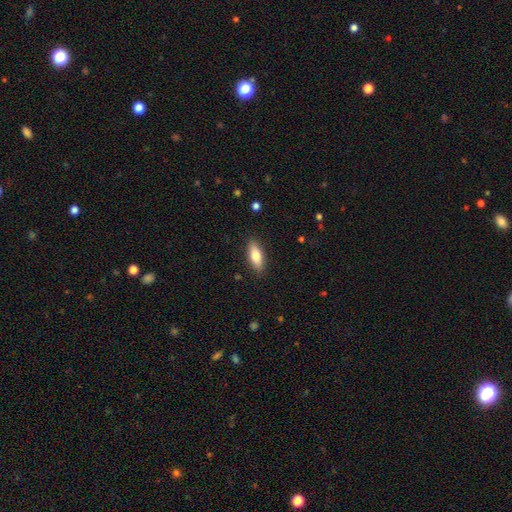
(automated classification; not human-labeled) Morphology: type=smooth (76%); roundness=in between (73%); merging=none (88%).